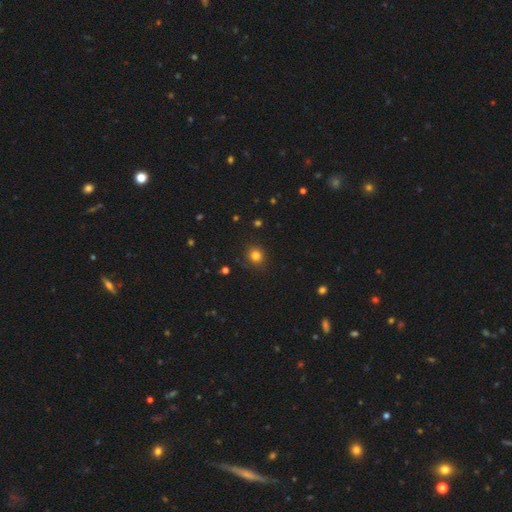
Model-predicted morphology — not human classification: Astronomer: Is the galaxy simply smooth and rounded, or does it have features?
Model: smooth — 81%.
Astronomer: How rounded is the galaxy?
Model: round — 87%.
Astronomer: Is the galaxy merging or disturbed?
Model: none — 89%.